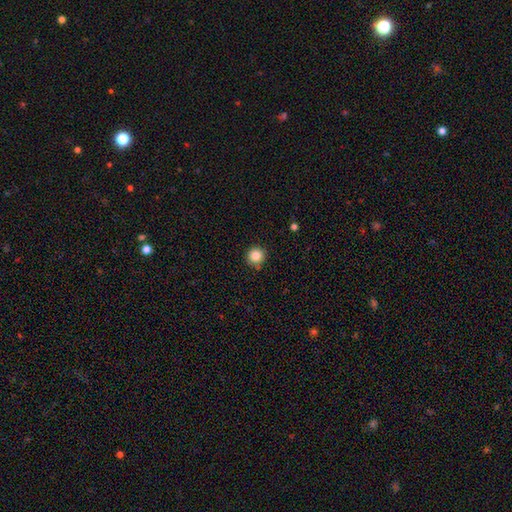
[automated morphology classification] Overall: smooth (84%). How rounded: round (95%). Merging: none (89%).